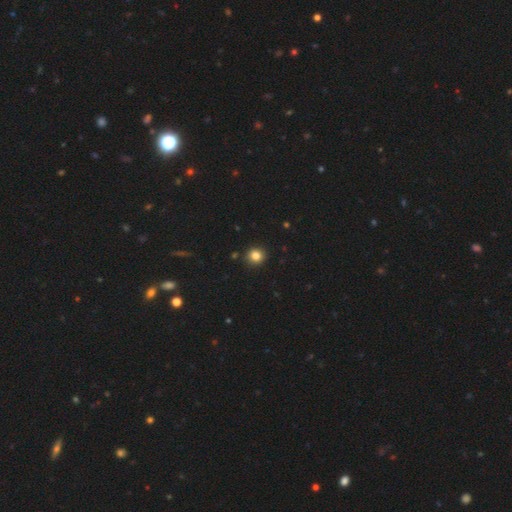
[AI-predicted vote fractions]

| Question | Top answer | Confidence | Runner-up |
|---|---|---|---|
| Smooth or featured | smooth | 83% | star or artifact (12%) |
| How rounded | round | 89% | in between (11%) |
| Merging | none | 90% | minor disturbance (6%) |